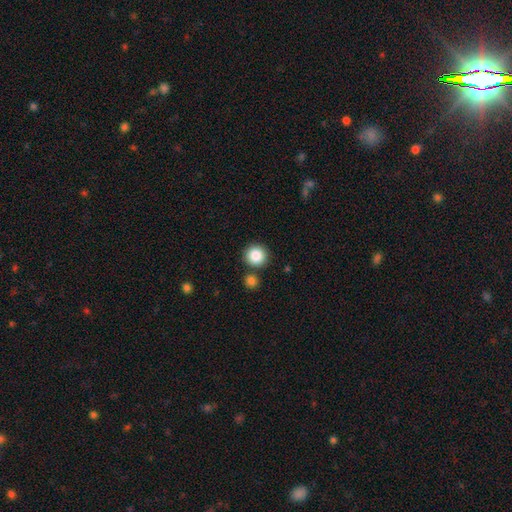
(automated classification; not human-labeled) smooth_or_featured: smooth (p=0.87) [alt: star or artifact p=0.09]
how_rounded: round (p=0.94) [alt: in between p=0.05]
merging: none (p=0.83) [alt: merger p=0.08]